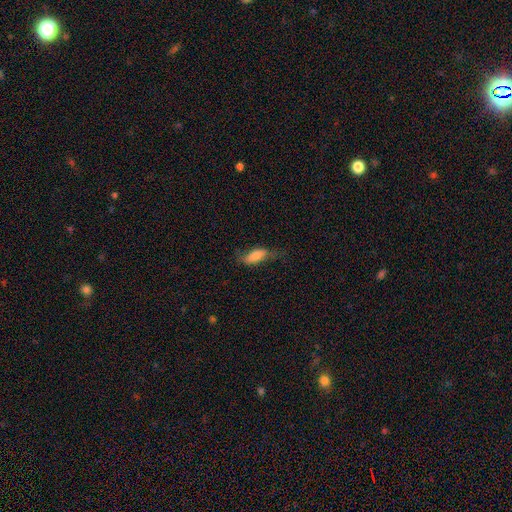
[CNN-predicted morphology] Smooth or featured? Predicted: smooth (p=0.73). How rounded? Predicted: in between (p=0.72). Merging? Predicted: none (p=0.48).